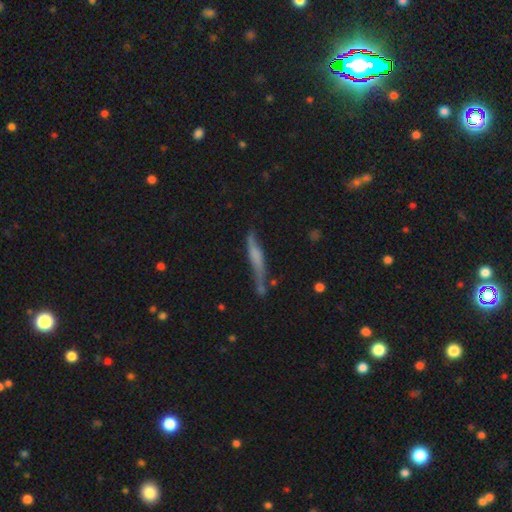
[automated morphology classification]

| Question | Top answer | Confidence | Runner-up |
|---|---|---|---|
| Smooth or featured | featured or disk | 48% | smooth (44%) |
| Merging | none | 52% | minor disturbance (27%) |